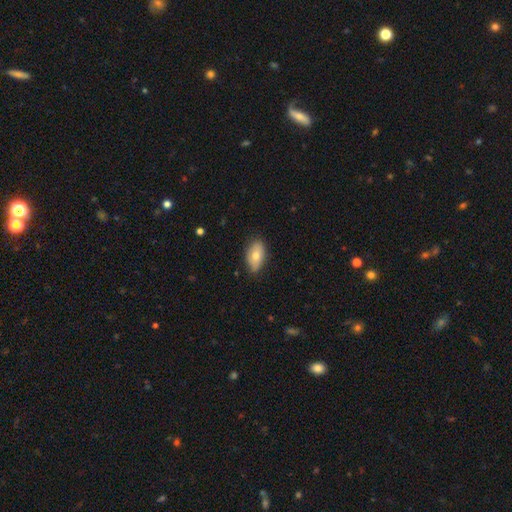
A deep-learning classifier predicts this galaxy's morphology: This appears to be a smooth galaxy with no disk features (69%) that is in between round and cigar-shaped (91%). Merging: none (84%).